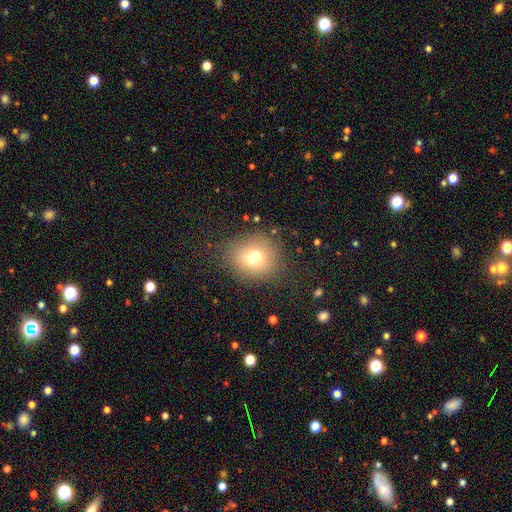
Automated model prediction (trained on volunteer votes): Q: Smooth or featured?
A: smooth (63%); runner-up: featured or disk (24%)
Q: How rounded?
A: round (78%); runner-up: in between (21%)
Q: Merging?
A: merger (43%); tied with: none (43%)